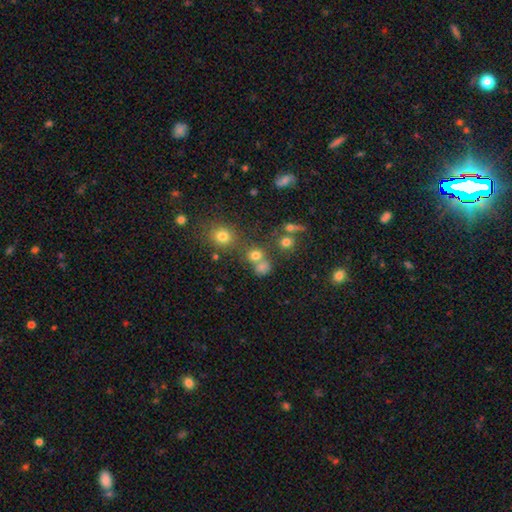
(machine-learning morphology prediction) Smooth or featured: smooth — 72% (star or artifact — 19%)
How rounded: round — 81% (in between — 18%)
Merging: none — 56% (merger — 30%)